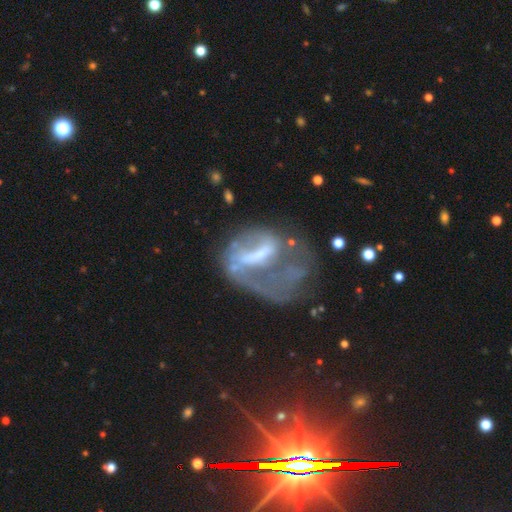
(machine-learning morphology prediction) Overall: featured or disk (66%). Edge-on disk: no (95%). Bar: strong (36%; weak 35%). Spiral arms: no (54%; yes 46%). Bulge size: moderate (31%, tied with small). Merging: major disturbance (46%; none 27%).